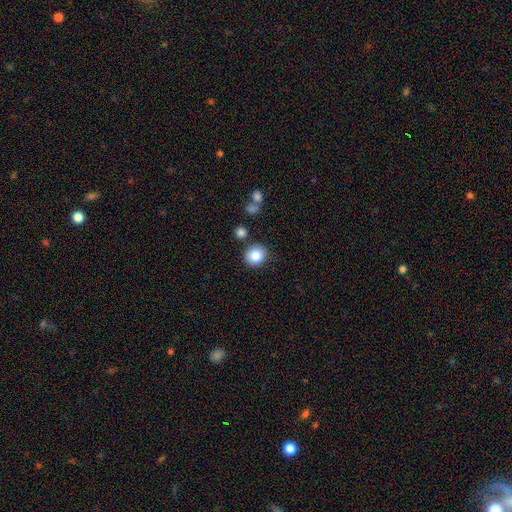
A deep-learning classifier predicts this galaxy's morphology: smooth-or-featured: smooth: 84% | star or artifact: 9% | featured or disk: 6%
  how-rounded: round: 83% | in between: 16% | cigar-shaped: 1%
  merging: none: 83% | minor disturbance: 9% | merger: 5% | major disturbance: 3%